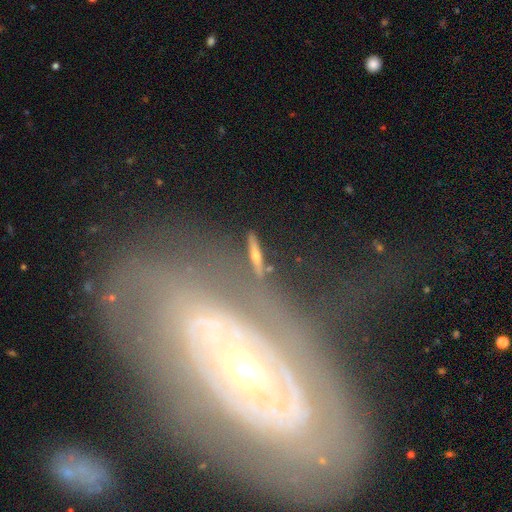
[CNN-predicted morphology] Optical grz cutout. It shows a featured or disk galaxy (64%) viewed edge-on (63%). Merging: none (72%).